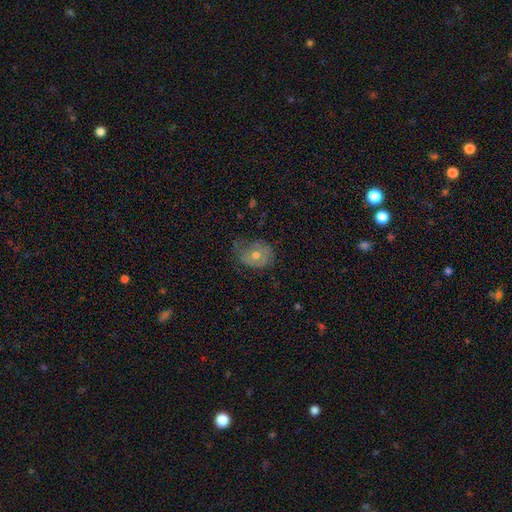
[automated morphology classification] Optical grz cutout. It shows a featured or disk galaxy (45%). Merging: none (56%).